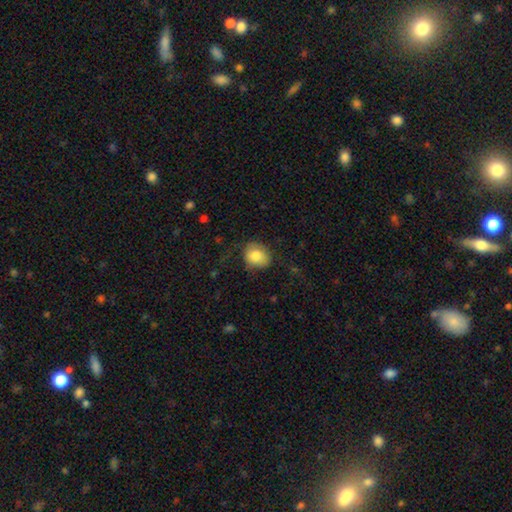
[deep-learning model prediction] Q: Smooth or featured?
A: smooth (83%); runner-up: featured or disk (9%)
Q: How rounded?
A: round (60%); runner-up: in between (39%)
Q: Merging?
A: none (70%); runner-up: minor disturbance (21%)